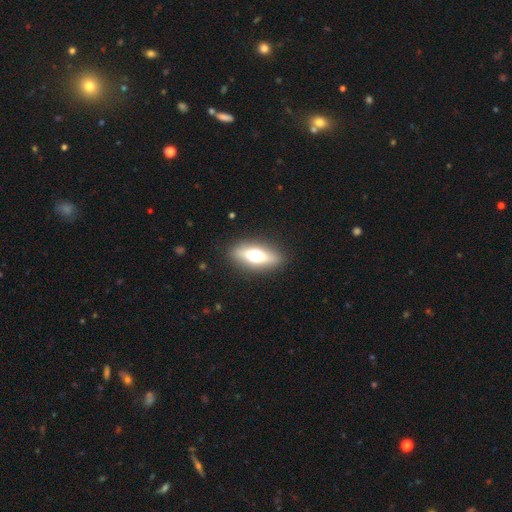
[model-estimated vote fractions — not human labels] A smooth galaxy with no disk features (48%).

Vote fractions:
- Smooth or featured? smooth: 48% / featured or disk: 44% / star or artifact: 8%
- Merging? none: 88% / minor disturbance: 8% / major disturbance: 3% / merger: 1%